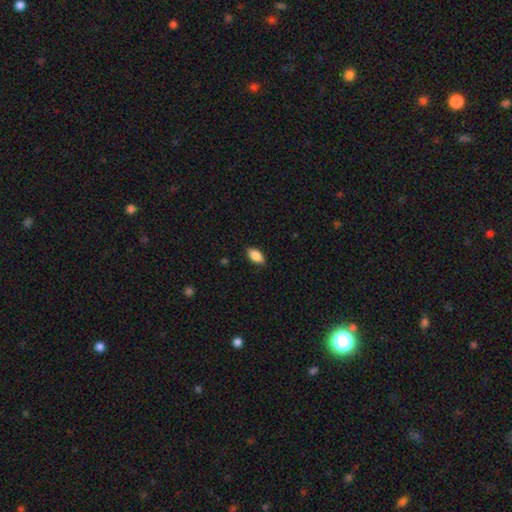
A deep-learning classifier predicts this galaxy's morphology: smooth 87%, star or artifact 7%, featured or disk 6%. Down the decision tree: how rounded — in between (92%); merging — none (86%).